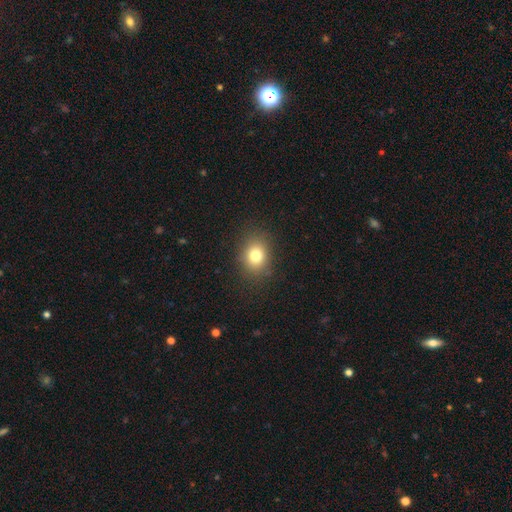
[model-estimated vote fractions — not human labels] This is likely a smooth galaxy (78%). How rounded: possibly round (57%). Merging: clearly none (86%).